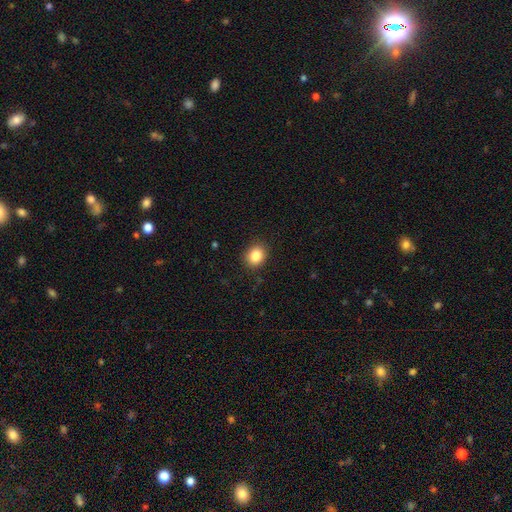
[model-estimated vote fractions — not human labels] Overall: smooth (85%). How rounded: round (64%; in between 35%). Merging: none (88%).